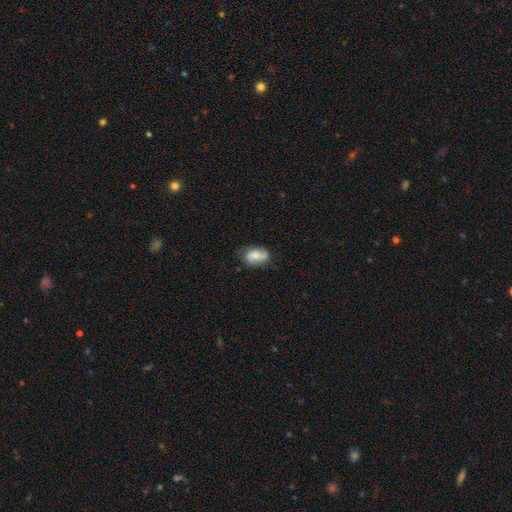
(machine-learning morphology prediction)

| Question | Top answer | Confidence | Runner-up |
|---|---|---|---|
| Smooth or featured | smooth | 54% | featured or disk (38%) |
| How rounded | in between | 81% | round (17%) |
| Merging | none | 69% | minor disturbance (24%) |